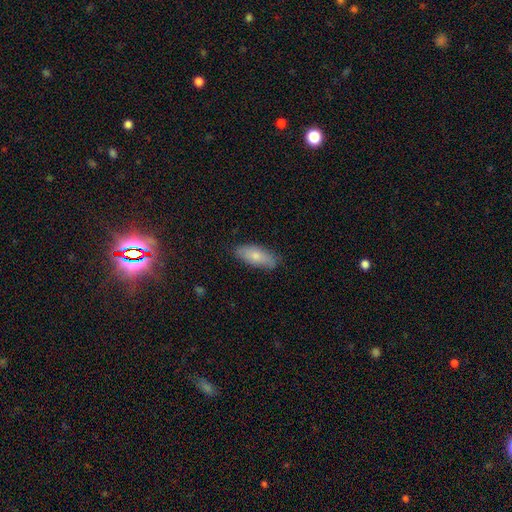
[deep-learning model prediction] The model was most divided on "smooth or featured": smooth: 76%, featured or disk: 17%, star or artifact: 6%. More confident: merging — none (80%); how rounded — in between (80%).